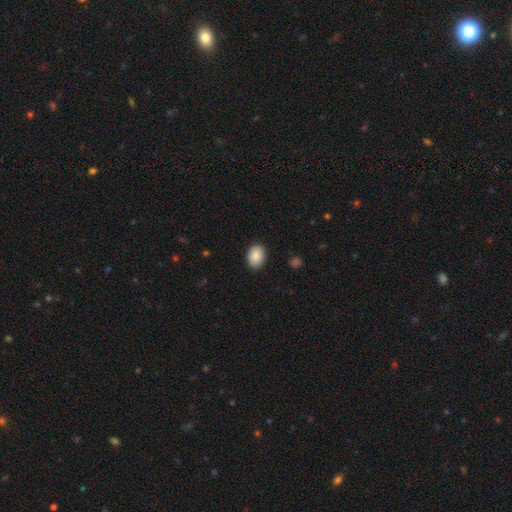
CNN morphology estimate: Q: Smooth or featured?
A: smooth (88%); runner-up: star or artifact (7%)
Q: How rounded?
A: in between (75%); runner-up: round (24%)
Q: Merging?
A: none (88%); runner-up: minor disturbance (9%)